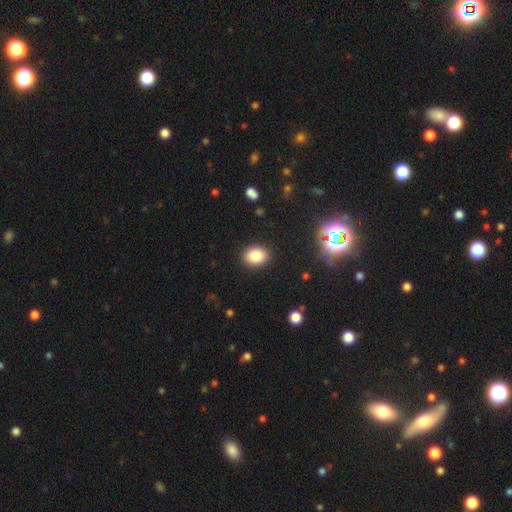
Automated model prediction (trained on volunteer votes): This appears to be a smooth galaxy with no disk features (84%) that is in between round and cigar-shaped (54%). Merging: none (89%).